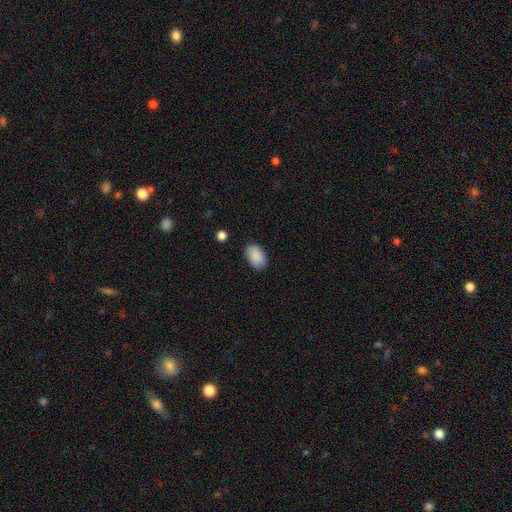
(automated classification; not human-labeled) Smooth or featured? Predicted: smooth (p=0.90). How rounded? Predicted: in between (p=0.89). Merging? Predicted: none (p=0.86).